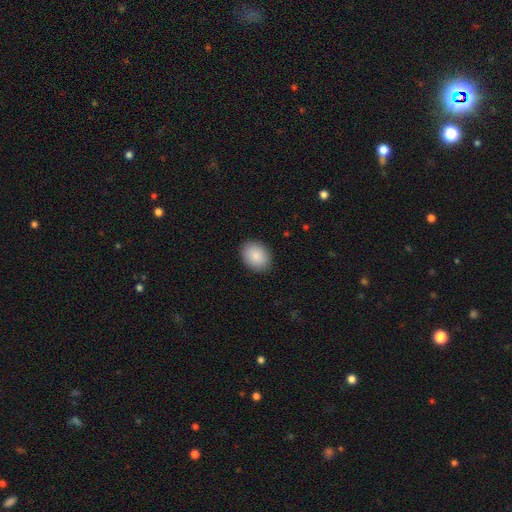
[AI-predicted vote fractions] smooth_or_featured: smooth (p=0.89) [alt: star or artifact p=0.07]
how_rounded: in between (p=0.72) [alt: round p=0.27]
merging: none (p=0.89) [alt: minor disturbance p=0.08]